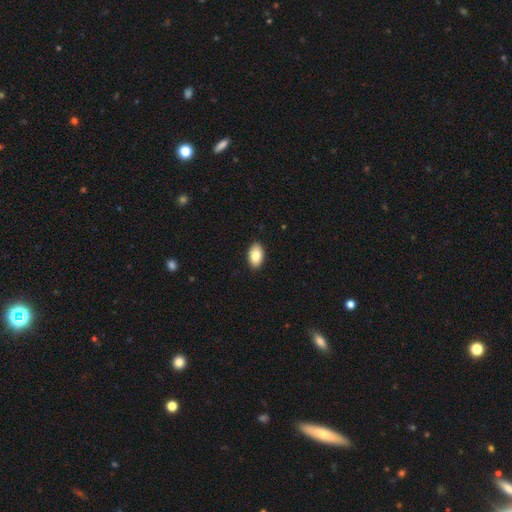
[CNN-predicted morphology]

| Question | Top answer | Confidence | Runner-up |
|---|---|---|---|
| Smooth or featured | smooth | 84% | featured or disk (10%) |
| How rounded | in between | 93% | round (5%) |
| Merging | none | 90% | minor disturbance (7%) |